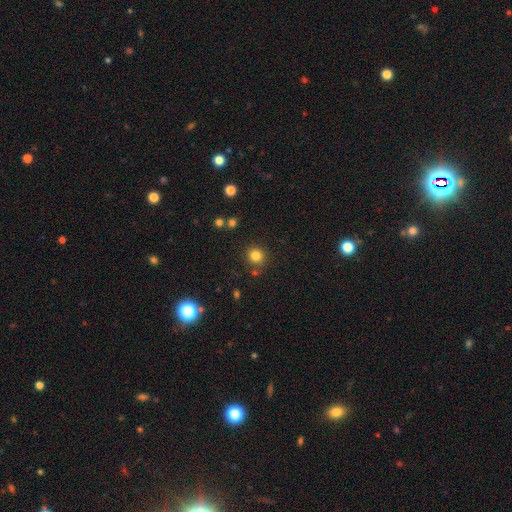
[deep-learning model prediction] Overall: smooth (81%). How rounded: round (91%). Merging: none (82%).